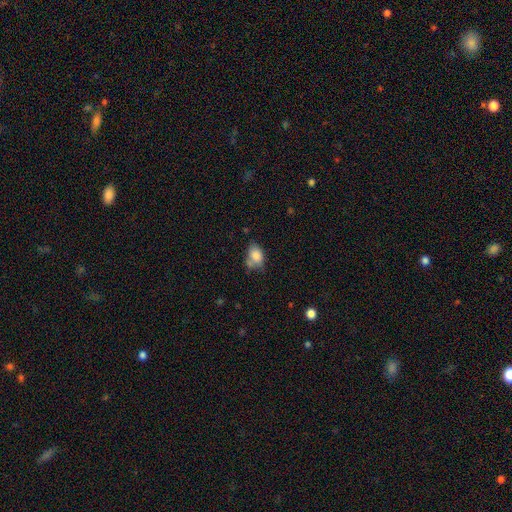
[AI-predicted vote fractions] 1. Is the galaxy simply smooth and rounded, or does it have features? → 81% smooth, 10% featured or disk, 9% star or artifact.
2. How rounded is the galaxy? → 77% in between, 21% round, 1% cigar-shaped.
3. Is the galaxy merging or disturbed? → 46% none, 29% minor disturbance, 15% merger, 9% major disturbance.